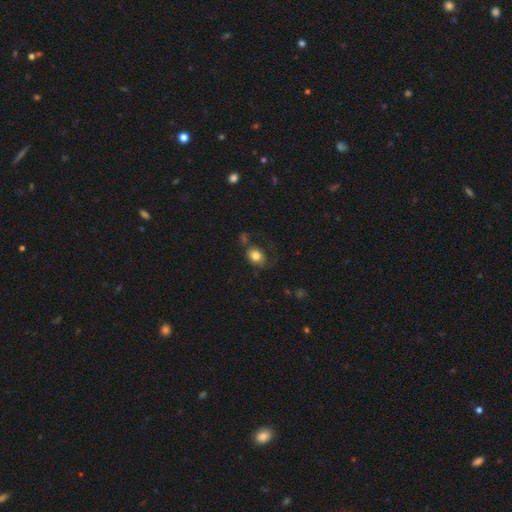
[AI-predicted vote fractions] smooth_or_featured: smooth (p=0.80) [alt: featured or disk p=0.11]
how_rounded: in between (p=0.54) [alt: round p=0.45]
merging: none (p=0.56) [alt: minor disturbance p=0.23]